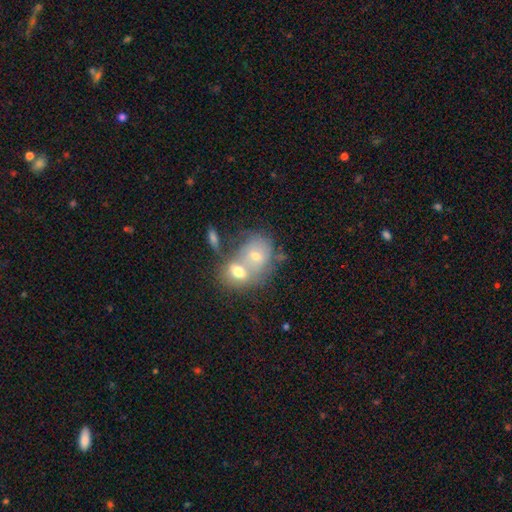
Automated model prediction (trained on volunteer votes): Smooth or featured? smooth (59%)
How rounded? round (54%)
Merging? merger (65%)